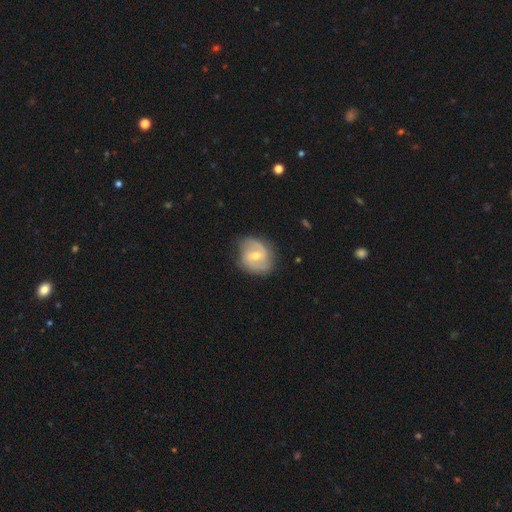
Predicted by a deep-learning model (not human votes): smooth-or-featured: featured or disk: 74% | smooth: 21% | star or artifact: 5%
  disk-edge-on: no: 97% | yes: 3%
    bar: weak: 57% | no: 24% | strong: 20%
    has-spiral-arms: yes: 88% | no: 12%
      spiral-winding: medium: 47% | tight: 26% | loose: 26%
      spiral-arm-count: 2: 83% | can't tell: 9% | 1: 3% | 3: 3% | 4: 1% | more than 4: 1%
    bulge-size: moderate: 56% | small: 40% | large: 2% | none: 1% | dominant: 1%
  merging: none: 75% | minor disturbance: 18% | major disturbance: 5% | merger: 1%